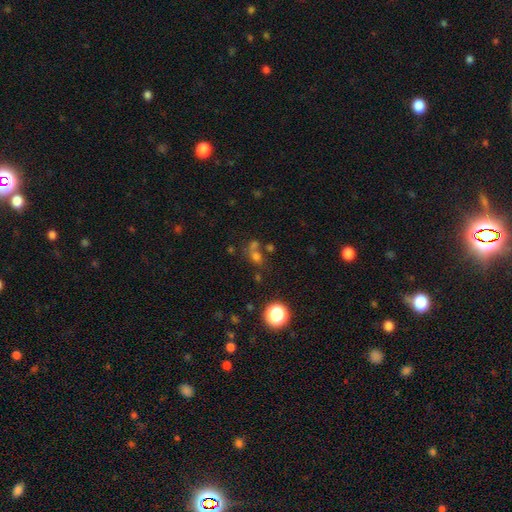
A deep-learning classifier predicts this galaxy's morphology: The model was most divided on "merging": none: 46%, merger: 38%, minor disturbance: 10%, major disturbance: 7%. More confident: how rounded — round (64%); smooth or featured — smooth (57%).